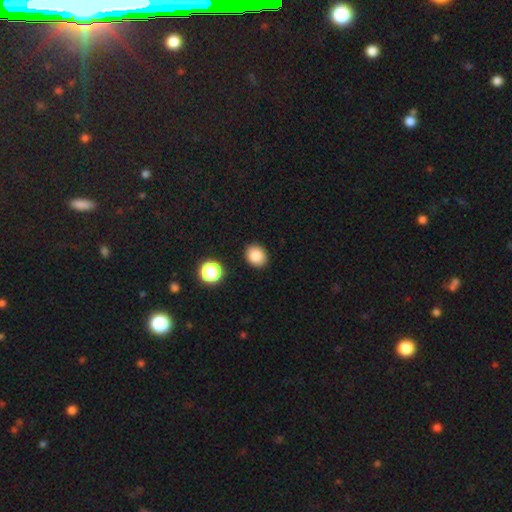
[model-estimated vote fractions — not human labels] Smooth or featured?
  - smooth: 86% *
  - star or artifact: 9%
  - featured or disk: 5%
How rounded?
  - round: 52% *
  - in between: 47%
  - cigar-shaped: 1%
Merging?
  - none: 88% *
  - minor disturbance: 8%
  - merger: 2%
  - major disturbance: 2%